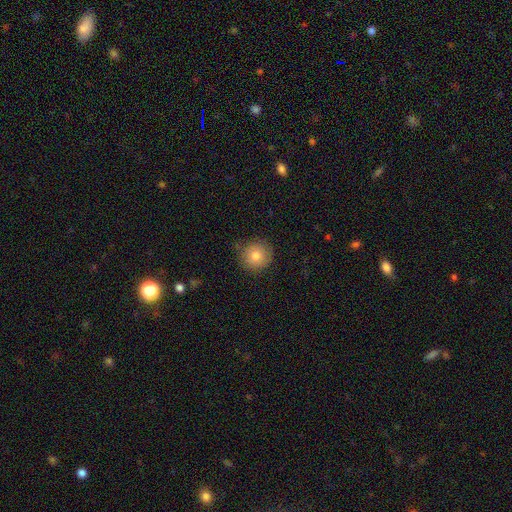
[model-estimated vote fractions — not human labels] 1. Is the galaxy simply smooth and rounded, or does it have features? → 79% smooth, 11% featured or disk, 10% star or artifact.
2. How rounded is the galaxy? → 93% round, 6% in between, 1% cigar-shaped.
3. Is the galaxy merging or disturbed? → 84% none, 12% minor disturbance, 3% major disturbance, 1% merger.